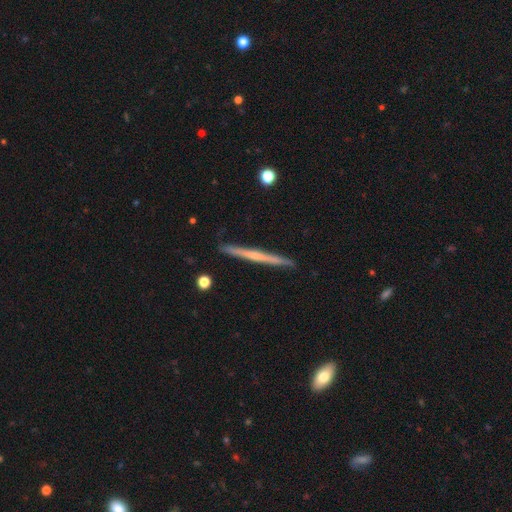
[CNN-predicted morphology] featured or disk 66%, smooth 29%, star or artifact 6%. Down the decision tree: edge-on disk — yes (98%); edge-on bulge — none (55%); merging — none (92%).